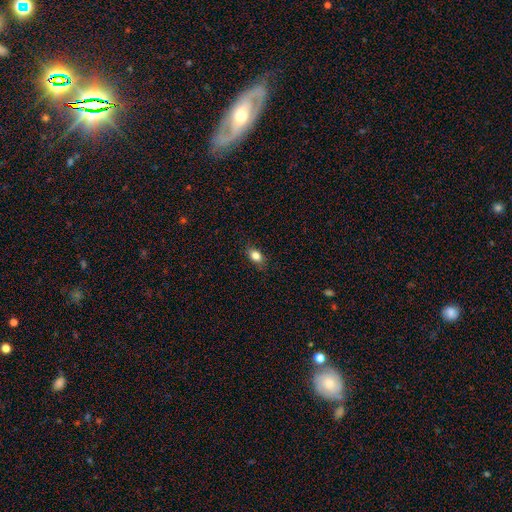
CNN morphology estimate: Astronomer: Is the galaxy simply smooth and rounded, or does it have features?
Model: smooth — 83%.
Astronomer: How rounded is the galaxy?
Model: in between — 82%.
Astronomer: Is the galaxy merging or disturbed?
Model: none — 85%.